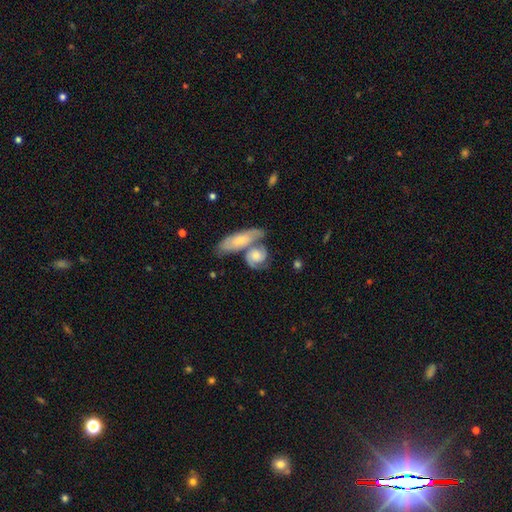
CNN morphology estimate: Smooth or featured? Predicted: featured or disk (p=0.70). Edge-on disk? Predicted: no (p=0.93). Bar? Predicted: no (p=0.71). Spiral arms? Predicted: yes (p=0.92). Spiral winding? Predicted: tight (p=0.47). Spiral arm count? Predicted: 2 (p=0.80). Bulge size? Predicted: moderate (p=0.46). Merging? Predicted: merger (p=0.45).